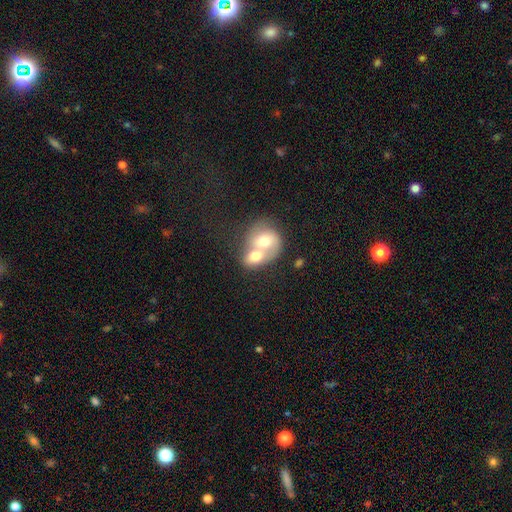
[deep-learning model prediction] This is possibly a smooth galaxy (60%). How rounded: possibly round (53%). Merging: likely merger (79%).